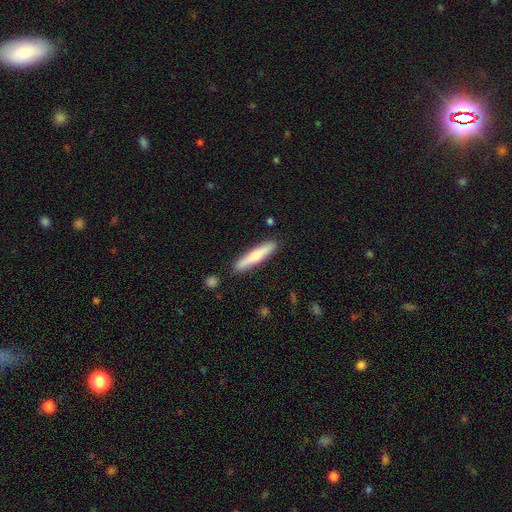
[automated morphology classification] This is possibly a smooth galaxy (59%). How rounded: clearly cigar-shaped (90%). Merging: clearly none (88%).